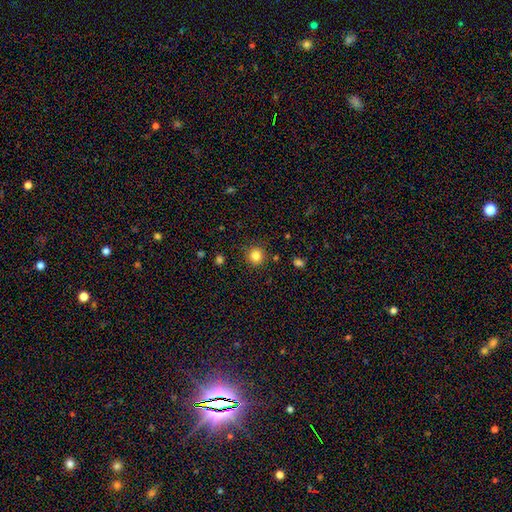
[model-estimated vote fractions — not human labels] Q: Smooth or featured?
A: smooth (83%); runner-up: star or artifact (12%)
Q: How rounded?
A: round (92%); runner-up: in between (7%)
Q: Merging?
A: none (88%); runner-up: minor disturbance (8%)